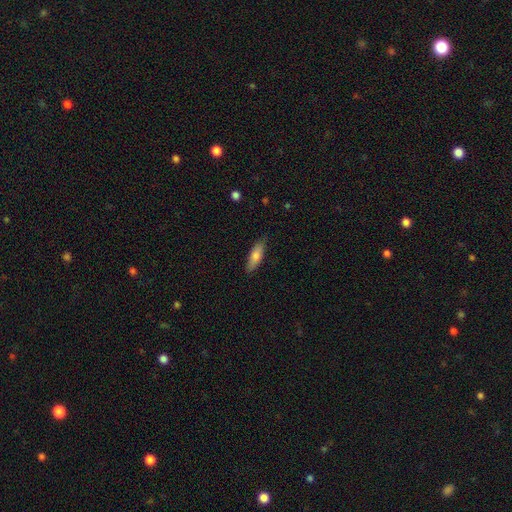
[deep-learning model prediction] Smooth or featured?
  - smooth: 73% *
  - featured or disk: 21%
  - star or artifact: 6%
How rounded?
  - cigar-shaped: 50% *
  - in between: 48%
  - round: 2%
Merging?
  - none: 86% *
  - minor disturbance: 11%
  - major disturbance: 2%
  - merger: 1%